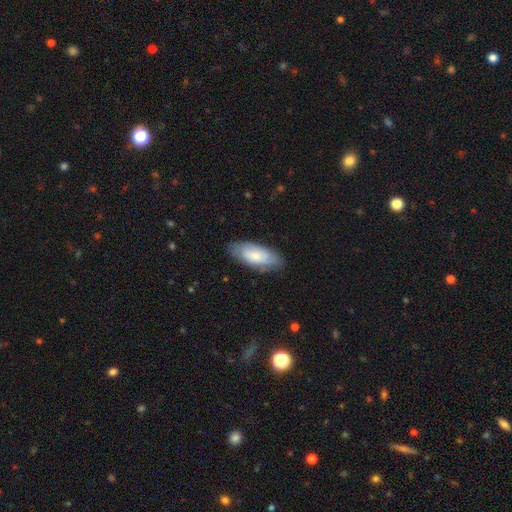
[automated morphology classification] A smooth galaxy with no disk features (70%) that is in between round and cigar-shaped (84%).

Vote fractions:
- Smooth or featured? smooth: 70% / featured or disk: 25% / star or artifact: 6%
- How rounded? in between: 84% / cigar-shaped: 14% / round: 2%
- Merging? none: 78% / minor disturbance: 17% / major disturbance: 4% / merger: 1%